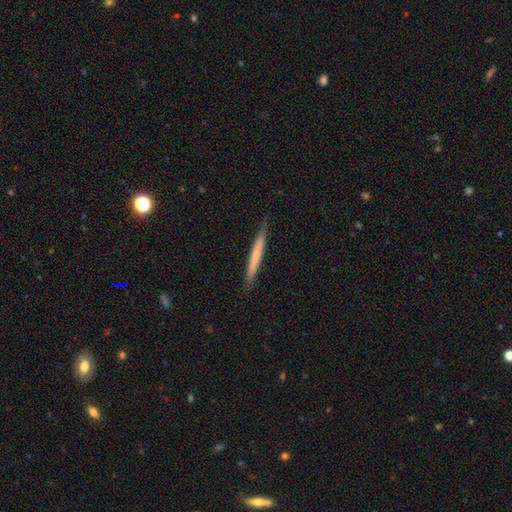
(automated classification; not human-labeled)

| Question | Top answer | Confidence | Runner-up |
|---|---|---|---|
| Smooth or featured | smooth | 62% | featured or disk (33%) |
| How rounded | cigar-shaped | 97% | in between (2%) |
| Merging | none | 89% | minor disturbance (9%) |